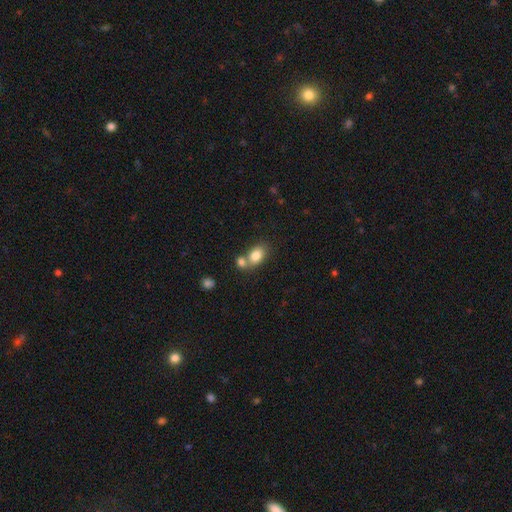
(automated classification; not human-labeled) Smooth or featured? smooth (82%)
How rounded? in between (75%)
Merging? merger (44%)